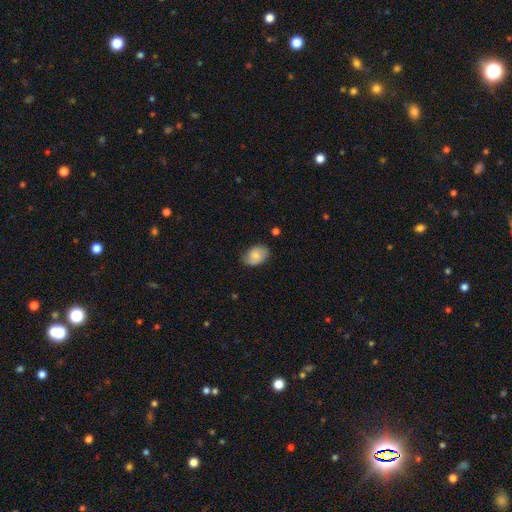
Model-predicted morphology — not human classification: The model was most divided on "merging": none: 70%, minor disturbance: 23%, major disturbance: 5%, merger: 2%. More confident: how rounded — in between (79%); smooth or featured — smooth (70%).